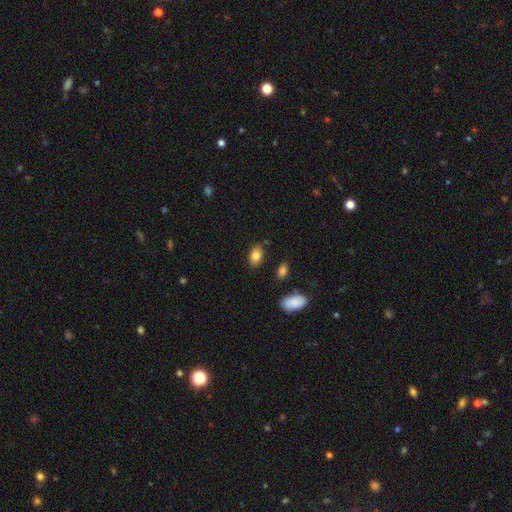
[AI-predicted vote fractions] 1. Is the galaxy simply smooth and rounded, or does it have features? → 83% smooth, 9% featured or disk, 8% star or artifact.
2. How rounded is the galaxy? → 88% in between, 11% round, 2% cigar-shaped.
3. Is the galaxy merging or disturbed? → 84% none, 11% minor disturbance, 3% merger, 2% major disturbance.